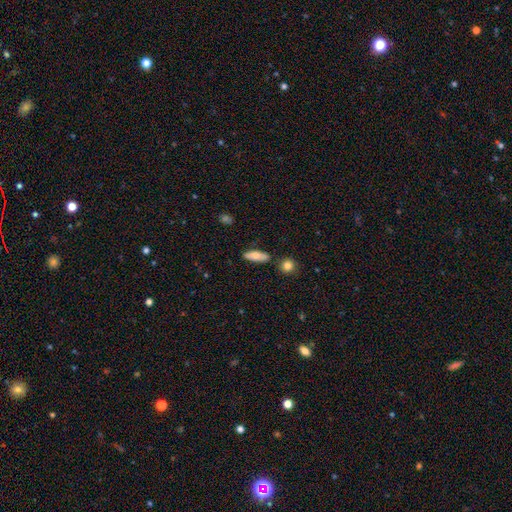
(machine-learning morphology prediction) Smooth or featured?
  - smooth: 77% *
  - featured or disk: 16%
  - star or artifact: 7%
How rounded?
  - in between: 62% *
  - cigar-shaped: 35%
  - round: 3%
Merging?
  - none: 82% *
  - minor disturbance: 11%
  - merger: 4%
  - major disturbance: 2%